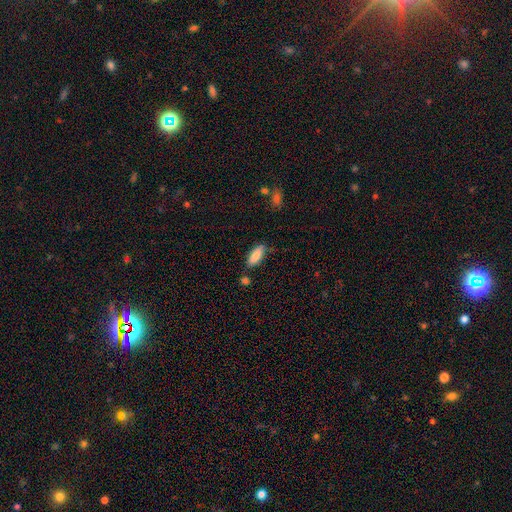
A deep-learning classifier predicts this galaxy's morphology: Smooth or featured? smooth (85%)
How rounded? in between (72%)
Merging? none (69%)